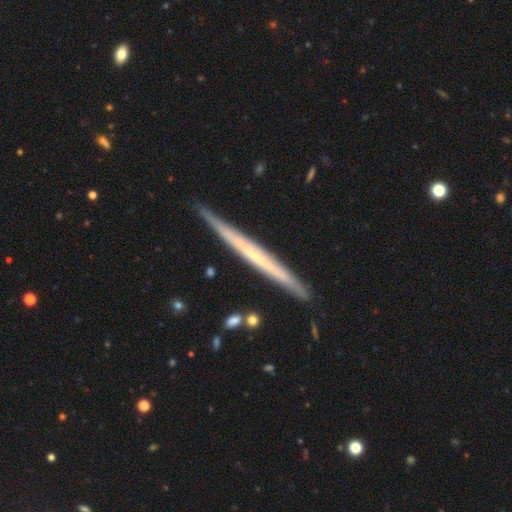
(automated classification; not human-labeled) Smooth or featured: featured or disk — 63% (smooth — 31%)
Edge-on disk: yes — 97% (no — 3%)
Edge-on bulge: none — 83% (rounded — 12%)
Merging: none — 88% (minor disturbance — 9%)